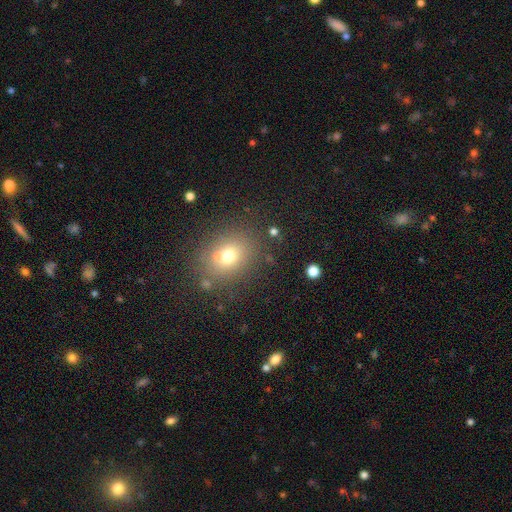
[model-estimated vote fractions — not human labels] A smooth galaxy with no disk features (65%) that is round (58%).

Vote fractions:
- Smooth or featured? smooth: 65% / star or artifact: 26% / featured or disk: 10%
- How rounded? round: 58% / in between: 41% / cigar-shaped: 2%
- Merging? none: 86% / minor disturbance: 8% / major disturbance: 3% / merger: 2%